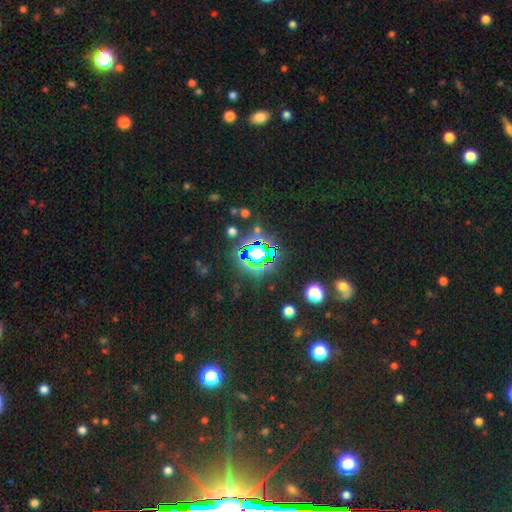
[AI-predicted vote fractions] smooth-or-featured: star or artifact: 71% | smooth: 19% | featured or disk: 10%